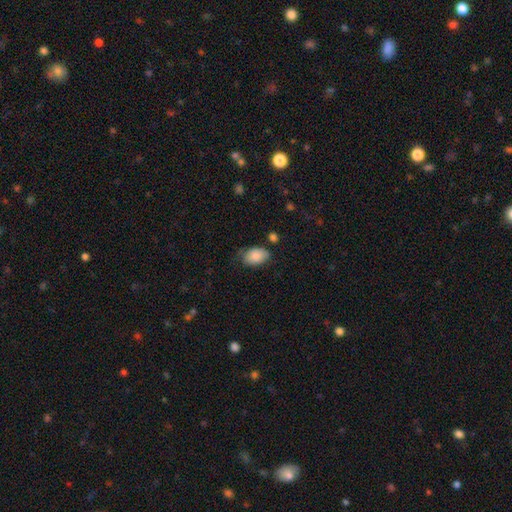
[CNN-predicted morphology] Smooth or featured: smooth — 83% (featured or disk — 9%)
How rounded: in between — 88% (round — 11%)
Merging: none — 62% (minor disturbance — 28%)